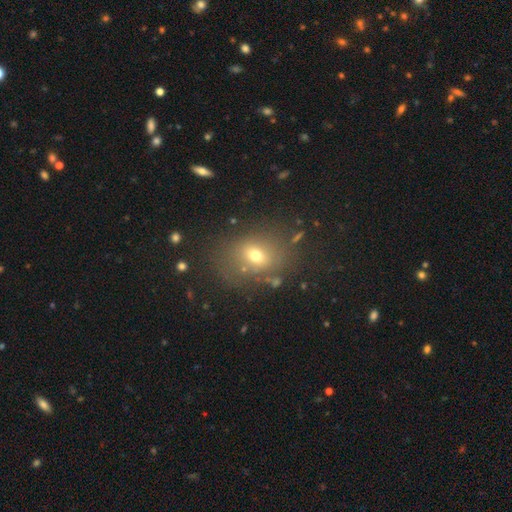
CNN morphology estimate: Smooth or featured? Predicted: smooth (p=0.64). How rounded? Predicted: in between (p=0.52). Merging? Predicted: none (p=0.71).